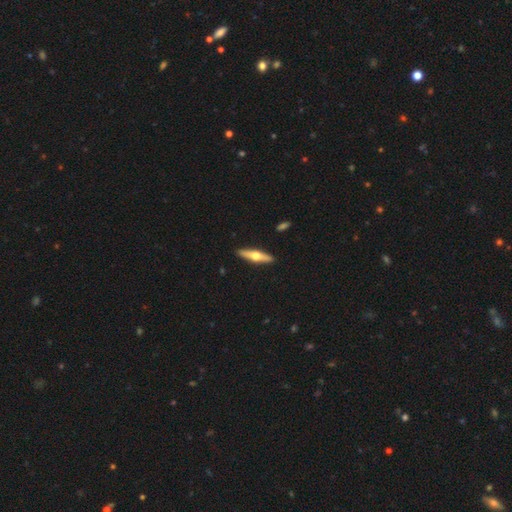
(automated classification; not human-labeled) Smooth or featured? featured or disk (57%)
Edge-on disk? yes (94%)
Edge-on bulge? rounded (95%)
Merging? none (91%)